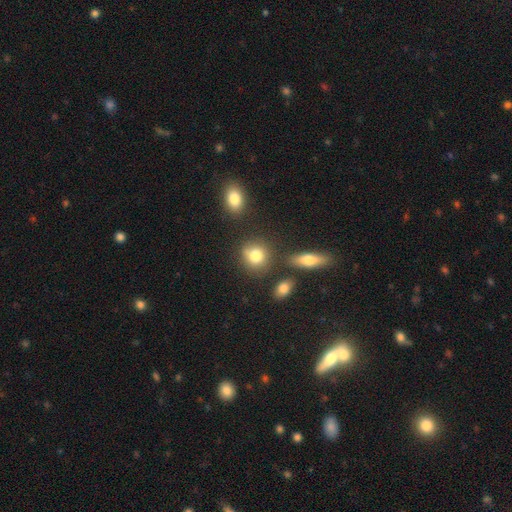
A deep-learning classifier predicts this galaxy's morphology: Smooth or featured?
  - smooth: 80% *
  - featured or disk: 10%
  - star or artifact: 10%
How rounded?
  - round: 77% *
  - in between: 21%
  - cigar-shaped: 2%
Merging?
  - none: 70% *
  - minor disturbance: 14%
  - merger: 11%
  - major disturbance: 5%